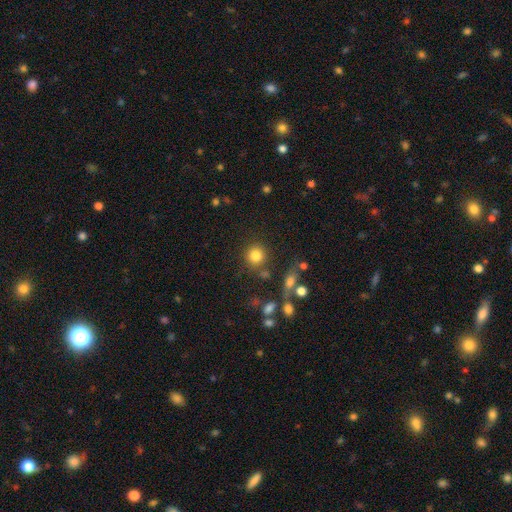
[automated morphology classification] type=smooth (81%); roundness=round (89%); merging=none (78%).